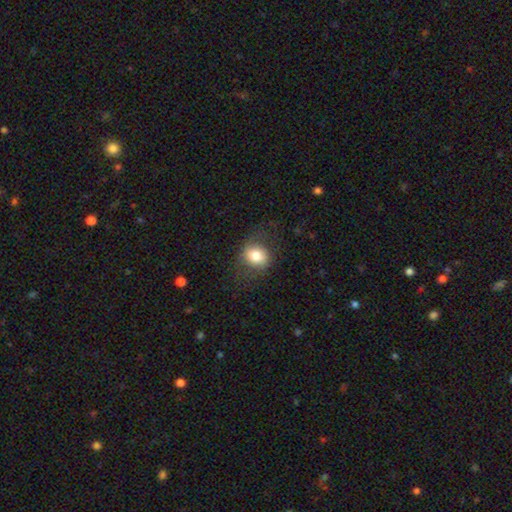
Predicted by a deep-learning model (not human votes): A smooth galaxy with no disk features (78%) that is round (62%).

Vote fractions:
- Smooth or featured? smooth: 78% / featured or disk: 13% / star or artifact: 9%
- How rounded? round: 62% / in between: 37% / cigar-shaped: 1%
- Merging? none: 72% / minor disturbance: 17% / major disturbance: 10% / merger: 1%